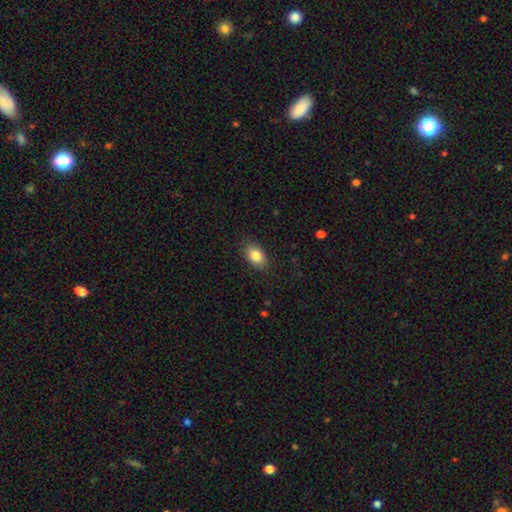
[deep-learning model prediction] Morphology: type=smooth (83%); roundness=in between (85%); merging=none (86%).